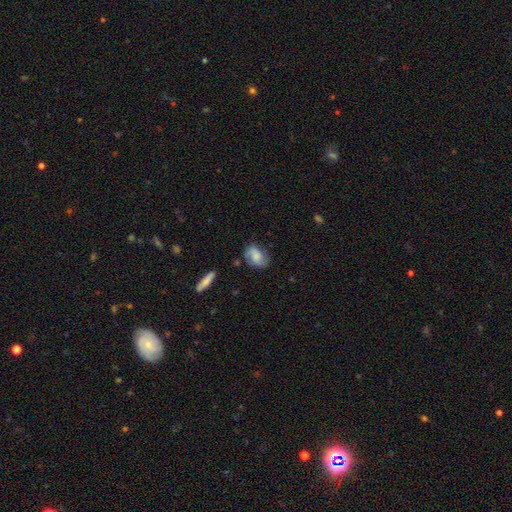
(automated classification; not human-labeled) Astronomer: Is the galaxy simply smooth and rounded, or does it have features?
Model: smooth — 61%.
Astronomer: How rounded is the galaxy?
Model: in between — 80%.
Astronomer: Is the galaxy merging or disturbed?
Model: none — 66%.